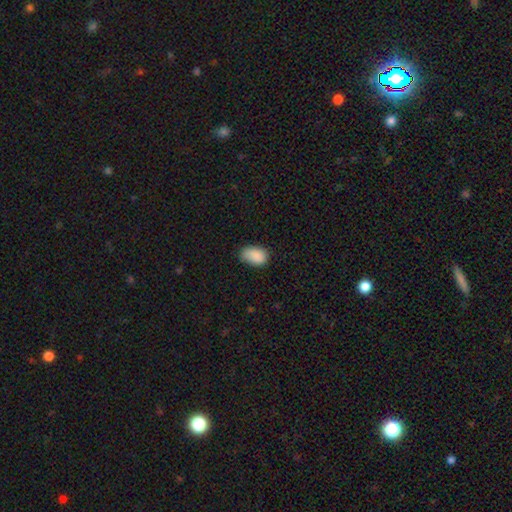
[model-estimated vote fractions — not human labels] Smooth or featured?
  - smooth: 87% *
  - star or artifact: 8%
  - featured or disk: 5%
How rounded?
  - in between: 89% *
  - round: 10%
  - cigar-shaped: 1%
Merging?
  - none: 57% *
  - minor disturbance: 35%
  - major disturbance: 6%
  - merger: 2%